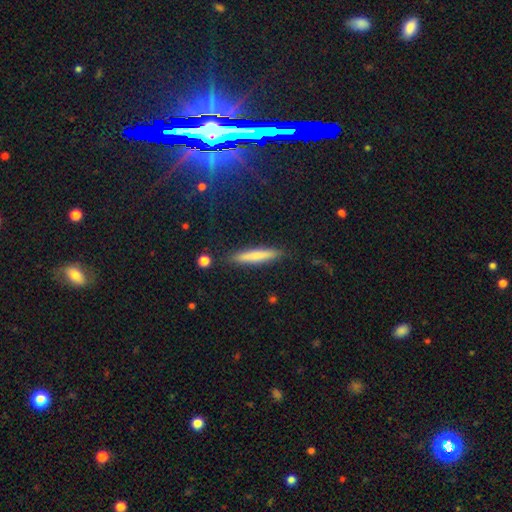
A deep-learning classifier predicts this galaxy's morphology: Smooth or featured: smooth — 74% (featured or disk — 20%)
How rounded: cigar-shaped — 91% (in between — 7%)
Merging: none — 89% (minor disturbance — 8%)